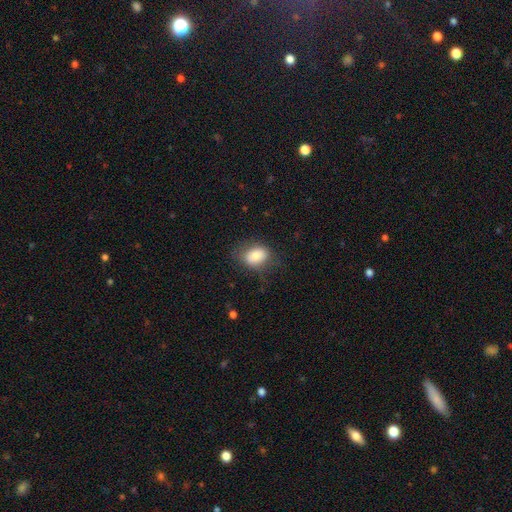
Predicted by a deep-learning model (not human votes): Smooth or featured?
  - smooth: 78% *
  - featured or disk: 13%
  - star or artifact: 8%
How rounded?
  - in between: 69% *
  - round: 29%
  - cigar-shaped: 1%
Merging?
  - none: 66% *
  - minor disturbance: 22%
  - major disturbance: 10%
  - merger: 2%